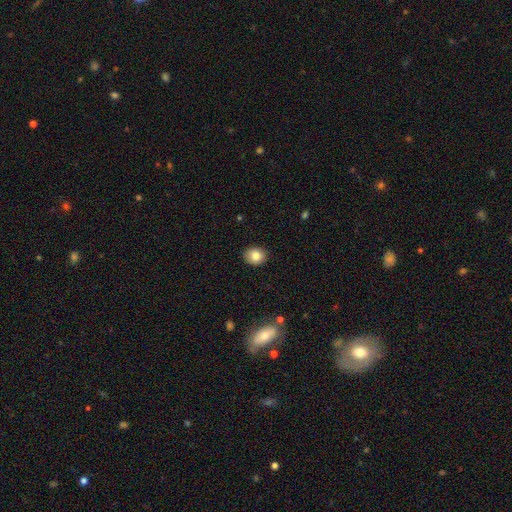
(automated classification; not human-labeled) A smooth galaxy with no disk features (81%) that is round (63%). Merging: none (89%).